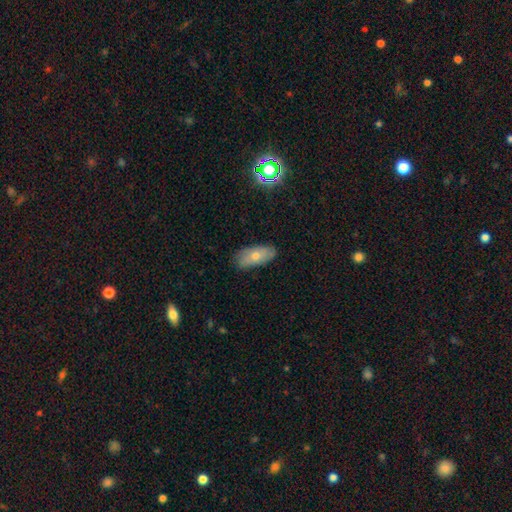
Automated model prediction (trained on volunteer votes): Smooth or featured: smooth — 58% (featured or disk — 31%)
How rounded: in between — 82% (cigar-shaped — 14%)
Merging: none — 82% (minor disturbance — 14%)